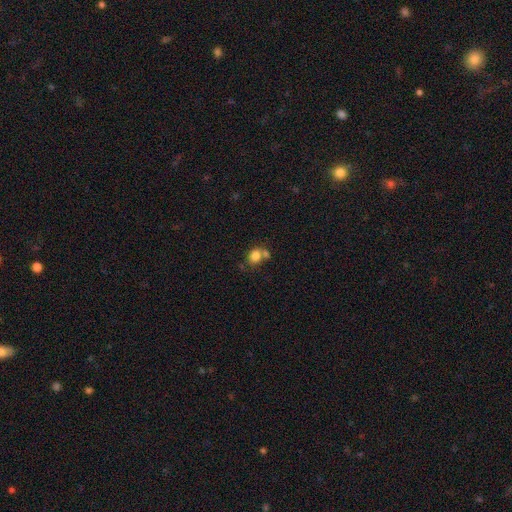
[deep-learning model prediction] Smooth or featured: smooth — 80% (star or artifact — 11%)
How rounded: round — 62% (in between — 37%)
Merging: none — 48% (merger — 35%)